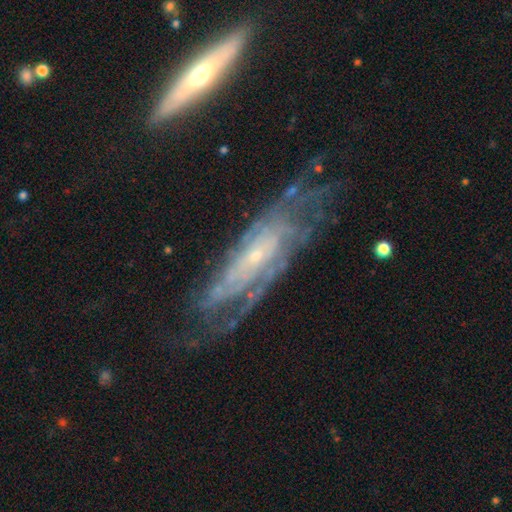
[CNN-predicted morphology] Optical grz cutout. It shows a featured or disk galaxy (84%) with no bar (67%), tight (64%) spiral arms (91%) and a small central bulge (78%). Merging: none (58%).